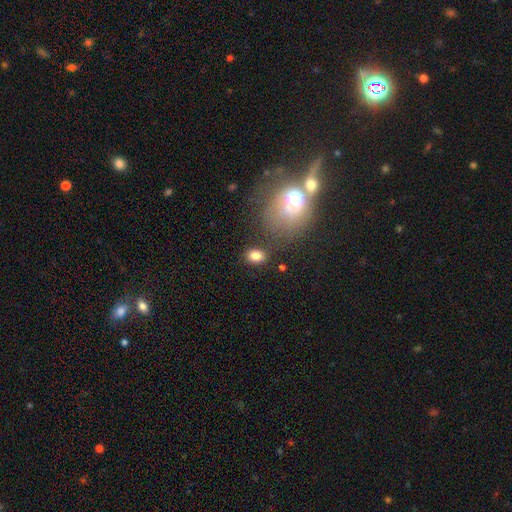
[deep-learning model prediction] A smooth galaxy with no disk features (80%) that is in between round and cigar-shaped (74%). Merging: none (78%).